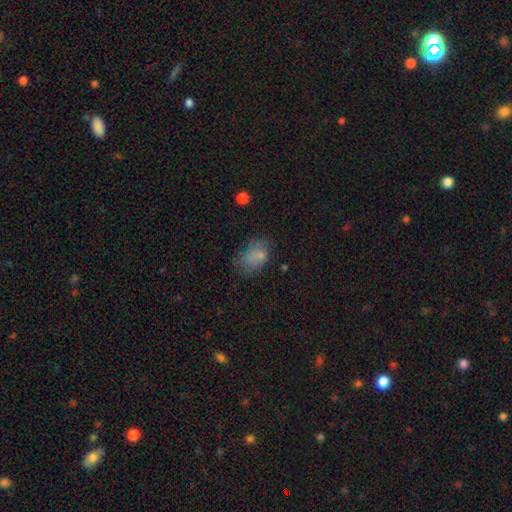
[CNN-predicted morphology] smooth-or-featured: smooth: 71% | featured or disk: 16% | star or artifact: 13%
  how-rounded: in between: 84% | round: 15% | cigar-shaped: 1%
  merging: none: 51% | minor disturbance: 28% | major disturbance: 17% | merger: 4%